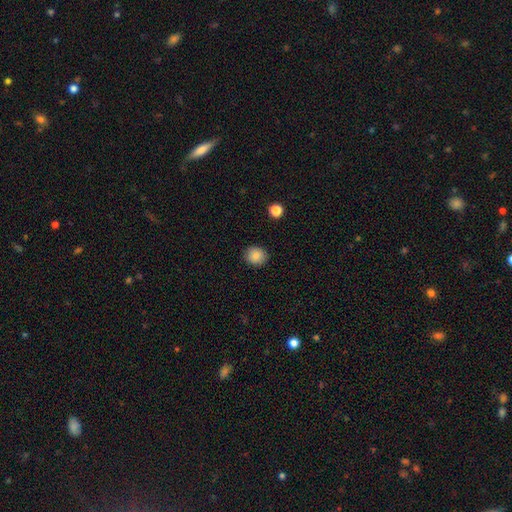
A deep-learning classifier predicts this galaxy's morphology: The model was most divided on "how rounded": round: 77%, in between: 22%, cigar-shaped: 1%. More confident: merging — none (89%); smooth or featured — smooth (85%).